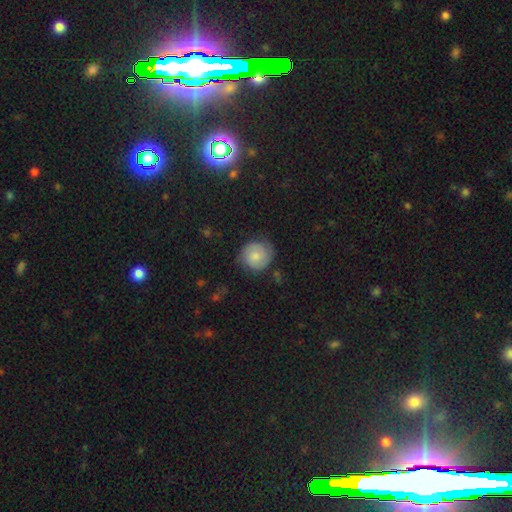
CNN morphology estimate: The model was most divided on "smooth or featured": smooth: 56%, featured or disk: 36%, star or artifact: 8%. More confident: how rounded — round (87%); merging — none (74%).